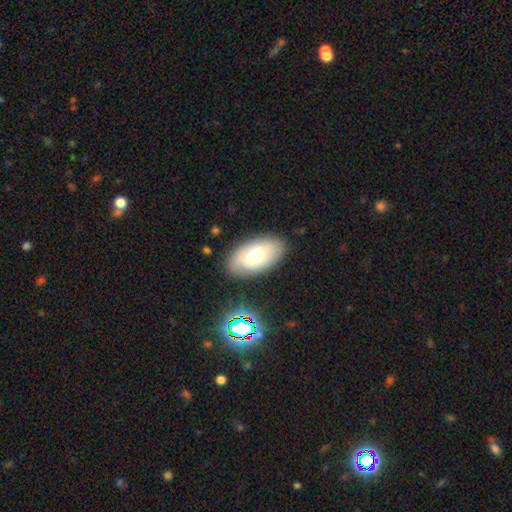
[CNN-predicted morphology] A smooth galaxy with no disk features (55%) that is in between round and cigar-shaped (93%). Merging: none (83%).